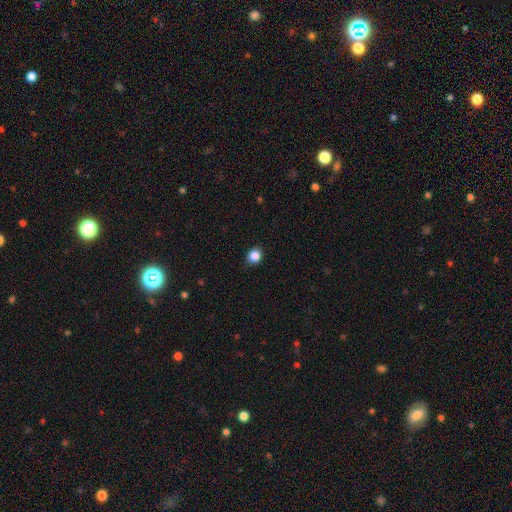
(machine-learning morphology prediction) Smooth or featured?
  - smooth: 86% *
  - star or artifact: 10%
  - featured or disk: 3%
How rounded?
  - round: 72% *
  - in between: 27%
  - cigar-shaped: 1%
Merging?
  - none: 89% *
  - minor disturbance: 8%
  - major disturbance: 2%
  - merger: 1%